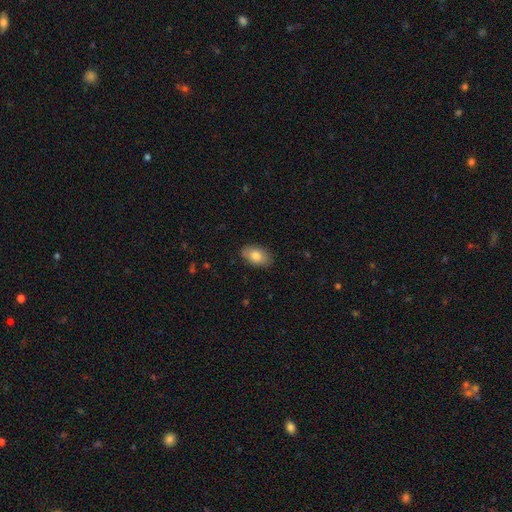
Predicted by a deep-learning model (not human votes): Q: Smooth or featured?
A: smooth (81%); runner-up: featured or disk (12%)
Q: How rounded?
A: in between (91%); runner-up: round (8%)
Q: Merging?
A: none (85%); runner-up: minor disturbance (11%)